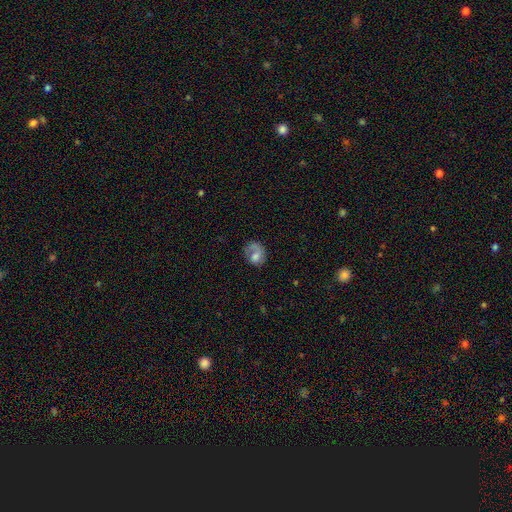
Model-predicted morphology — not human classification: smooth-or-featured: smooth: 51% | featured or disk: 39% | star or artifact: 10%
  how-rounded: round: 52% | in between: 46% | cigar-shaped: 1%
  merging: none: 41% | major disturbance: 31% | minor disturbance: 23% | merger: 5%